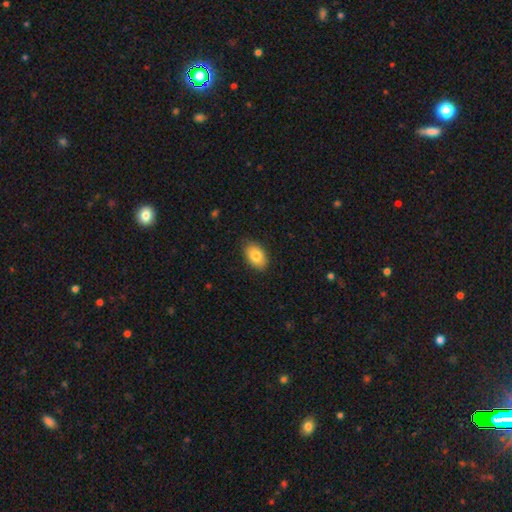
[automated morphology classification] A smooth galaxy with no disk features (81%) that is in between round and cigar-shaped (89%).

Vote fractions:
- Smooth or featured? smooth: 81% / featured or disk: 11% / star or artifact: 7%
- How rounded? in between: 89% / round: 10% / cigar-shaped: 1%
- Merging? none: 85% / minor disturbance: 12% / major disturbance: 2% / merger: 1%